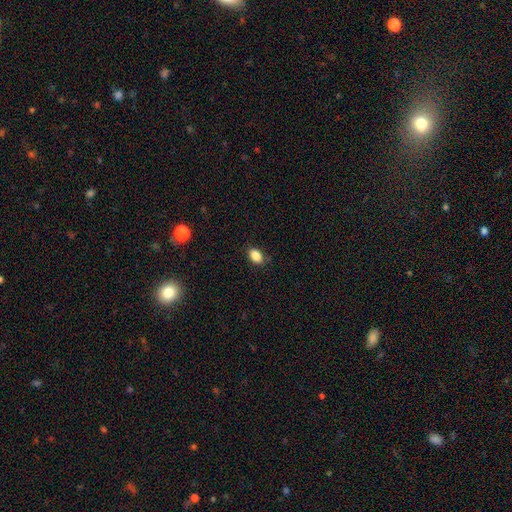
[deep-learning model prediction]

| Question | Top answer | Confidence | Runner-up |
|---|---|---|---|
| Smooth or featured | smooth | 86% | star or artifact (9%) |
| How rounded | in between | 83% | round (16%) |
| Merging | none | 83% | minor disturbance (13%) |